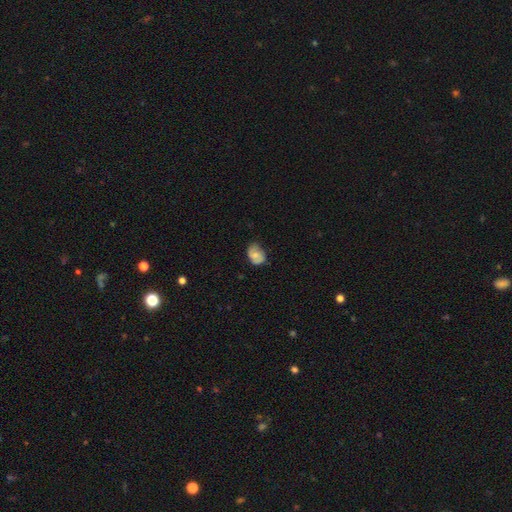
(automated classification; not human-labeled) smooth 67%, featured or disk 25%, star or artifact 8%. Down the decision tree: how rounded — in between (71%); merging — none (57%).